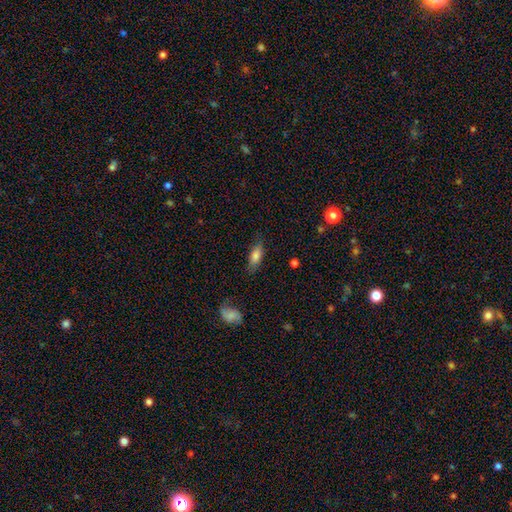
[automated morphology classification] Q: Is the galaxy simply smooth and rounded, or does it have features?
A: smooth — 78%.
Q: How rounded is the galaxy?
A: in between — 74%.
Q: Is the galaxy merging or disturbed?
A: none — 76%.